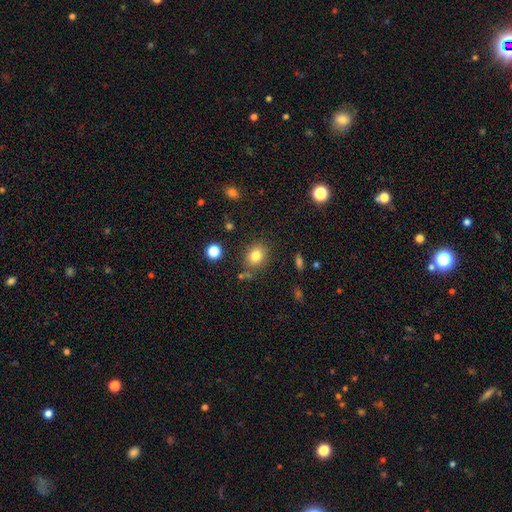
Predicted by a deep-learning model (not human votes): Morphology: type=smooth (81%); roundness=round (64%); merging=none (79%).